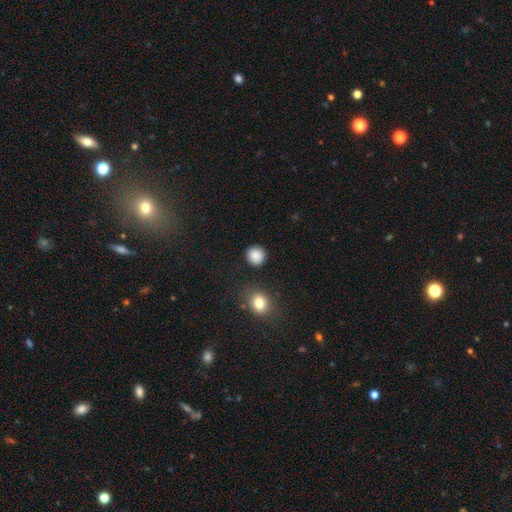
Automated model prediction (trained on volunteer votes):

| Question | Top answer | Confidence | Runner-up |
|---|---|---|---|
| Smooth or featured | smooth | 87% | star or artifact (9%) |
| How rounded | round | 92% | in between (7%) |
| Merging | none | 89% | minor disturbance (7%) |